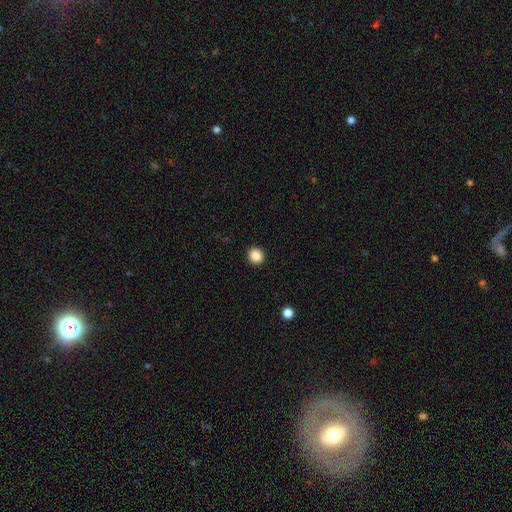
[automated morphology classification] smooth_or_featured: smooth (p=0.87) [alt: star or artifact p=0.10]
how_rounded: round (p=0.88) [alt: in between p=0.12]
merging: none (p=0.93) [alt: minor disturbance p=0.05]